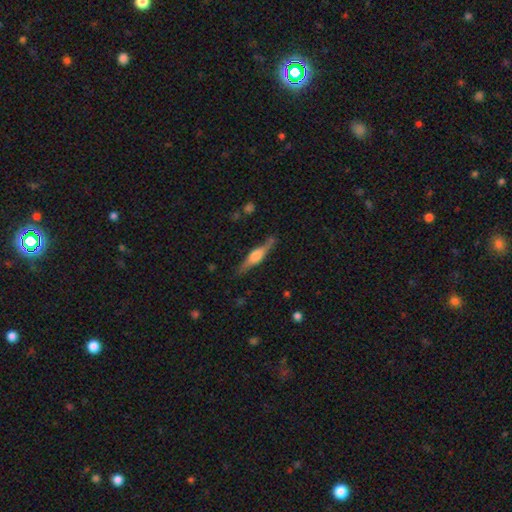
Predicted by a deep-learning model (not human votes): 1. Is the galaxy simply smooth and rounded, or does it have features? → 68% featured or disk, 27% smooth, 6% star or artifact.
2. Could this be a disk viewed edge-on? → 96% yes, 4% no.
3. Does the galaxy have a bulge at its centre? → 81% rounded, 16% boxy, 3% none.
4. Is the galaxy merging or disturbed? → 83% none, 12% minor disturbance, 3% major disturbance, 2% merger.